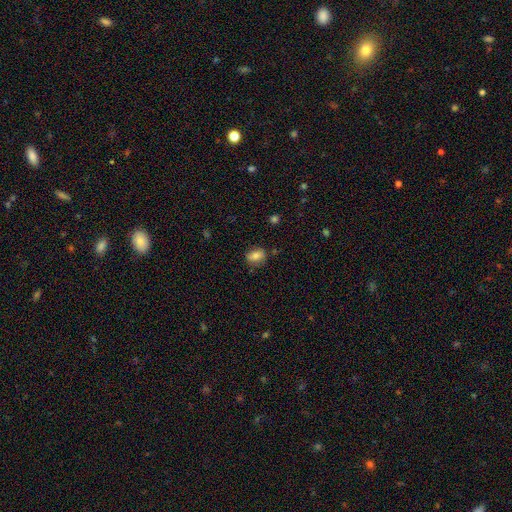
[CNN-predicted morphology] Smooth or featured?
  - smooth: 77% *
  - featured or disk: 14%
  - star or artifact: 9%
How rounded?
  - in between: 69% *
  - round: 28%
  - cigar-shaped: 3%
Merging?
  - none: 78% *
  - minor disturbance: 16%
  - major disturbance: 3%
  - merger: 2%